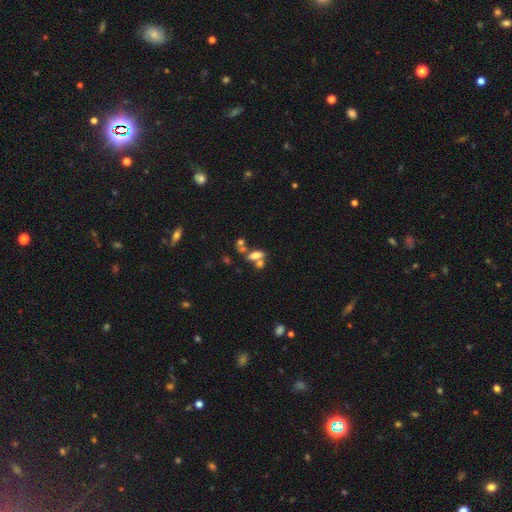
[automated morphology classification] Smooth or featured: smooth — 65% (featured or disk — 21%)
How rounded: in between — 76% (cigar-shaped — 17%)
Merging: none — 41% (merger — 40%)